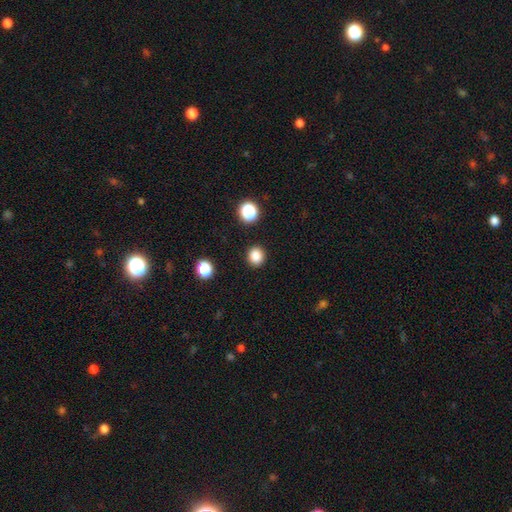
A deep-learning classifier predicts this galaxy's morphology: Smooth or featured? smooth (84%)
How rounded? round (85%)
Merging? none (91%)